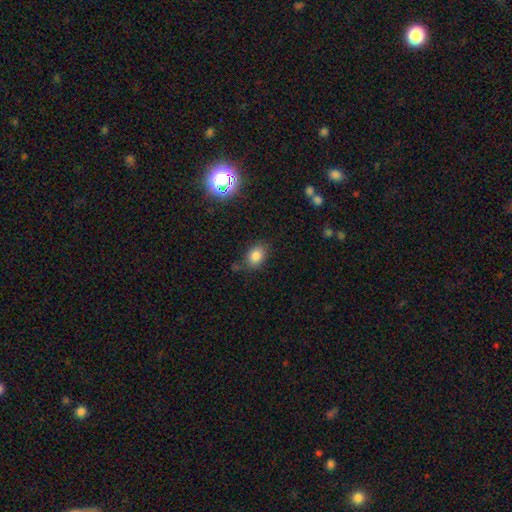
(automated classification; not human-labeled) smooth 82%, star or artifact 12%, featured or disk 6%. Down the decision tree: how rounded — in between (73%); merging — none (76%).